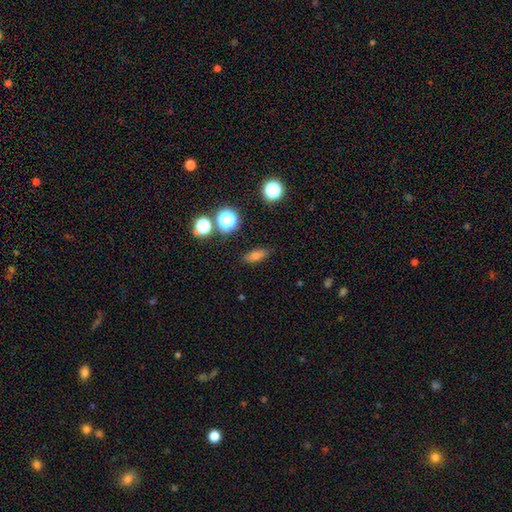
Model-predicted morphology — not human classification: smooth-or-featured: smooth: 74% | star or artifact: 14% | featured or disk: 11%
  how-rounded: in between: 65% | cigar-shaped: 23% | round: 12%
  merging: none: 84% | minor disturbance: 11% | major disturbance: 3% | merger: 2%